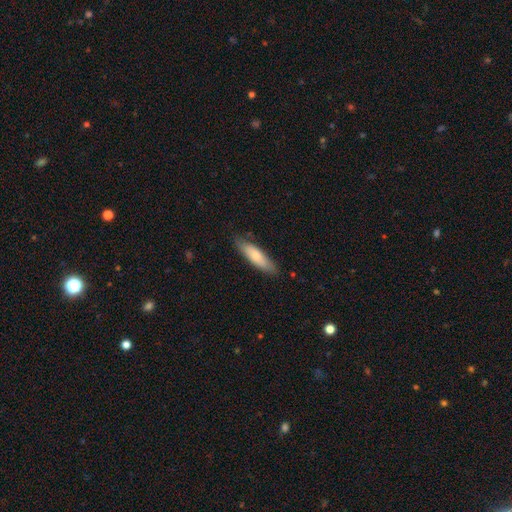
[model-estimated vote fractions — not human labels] Smooth or featured: smooth — 73% (featured or disk — 22%)
How rounded: cigar-shaped — 61% (in between — 38%)
Merging: none — 80% (minor disturbance — 16%)